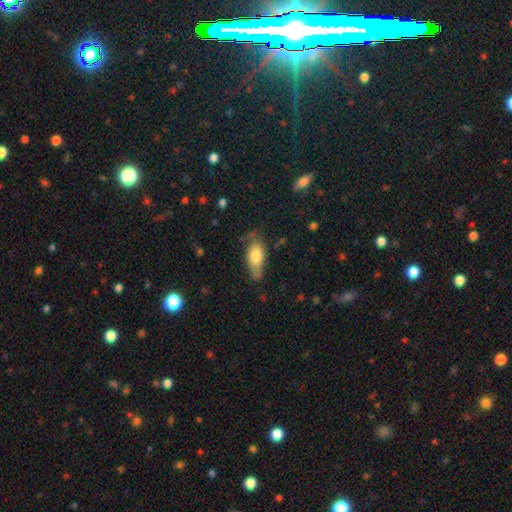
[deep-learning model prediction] Smooth or featured? smooth (74%)
How rounded? in between (84%)
Merging? none (58%)